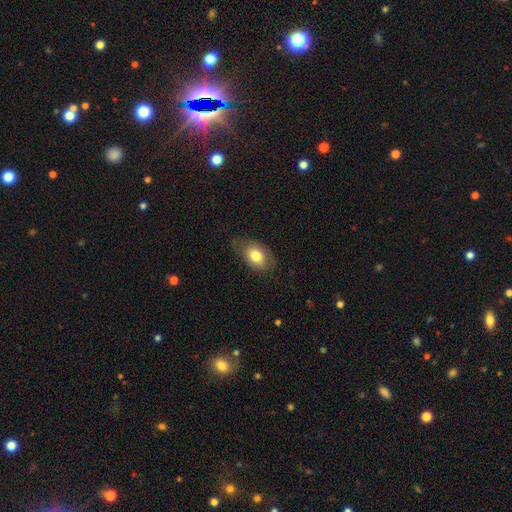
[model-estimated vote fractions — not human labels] A smooth galaxy with no disk features (77%) that is in between round and cigar-shaped (81%). Merging: none (69%).